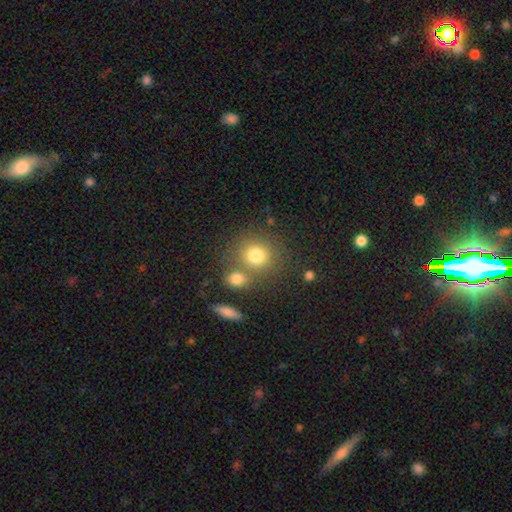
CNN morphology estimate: Q: Smooth or featured?
A: smooth (78%); runner-up: star or artifact (12%)
Q: How rounded?
A: round (83%); runner-up: in between (16%)
Q: Merging?
A: none (61%); runner-up: merger (24%)